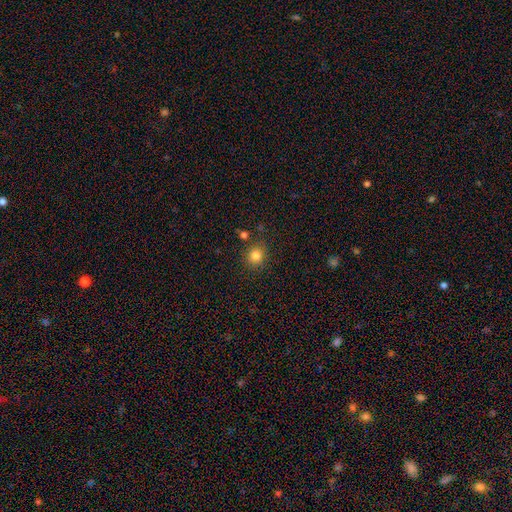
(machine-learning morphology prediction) The model was most divided on "how rounded": round: 84%, in between: 15%, cigar-shaped: 1%. More confident: merging — none (85%); smooth or featured — smooth (83%).